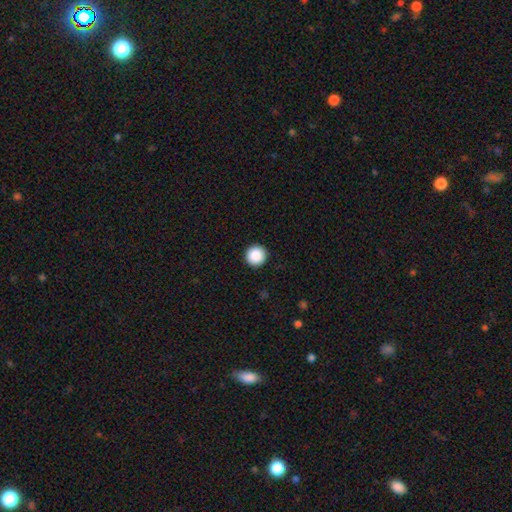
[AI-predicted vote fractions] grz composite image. It shows a smooth galaxy with no disk features (89%) that is round (96%). Merging: none (93%).